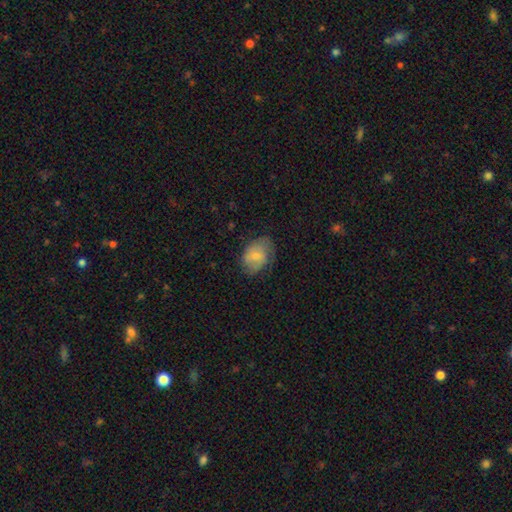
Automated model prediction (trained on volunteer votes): This appears to be a smooth galaxy with no disk features (64%) that is in between round and cigar-shaped (73%). Merging: none (57%).